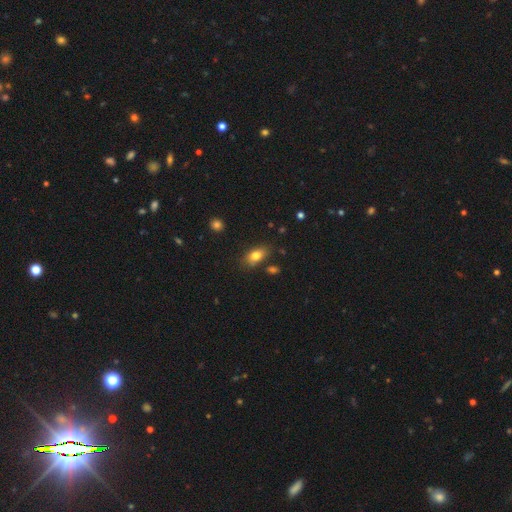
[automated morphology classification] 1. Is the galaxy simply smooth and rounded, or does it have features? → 81% smooth, 10% featured or disk, 9% star or artifact.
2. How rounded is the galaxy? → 86% in between, 10% round, 5% cigar-shaped.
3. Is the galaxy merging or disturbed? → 76% none, 16% minor disturbance, 4% merger, 4% major disturbance.